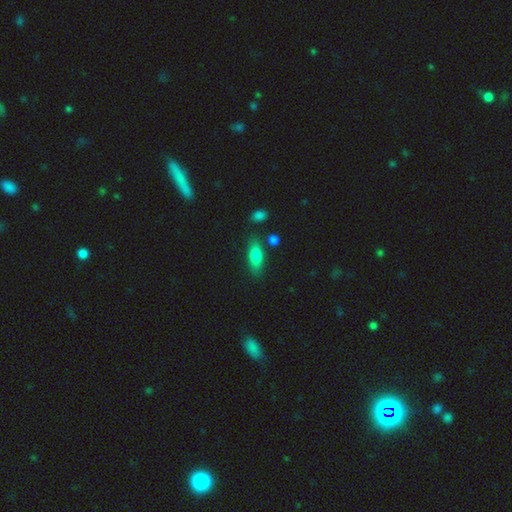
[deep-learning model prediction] smooth-or-featured: smooth: 78% | featured or disk: 14% | star or artifact: 7%
  how-rounded: in between: 73% | cigar-shaped: 24% | round: 4%
  merging: none: 79% | minor disturbance: 13% | merger: 5% | major disturbance: 3%